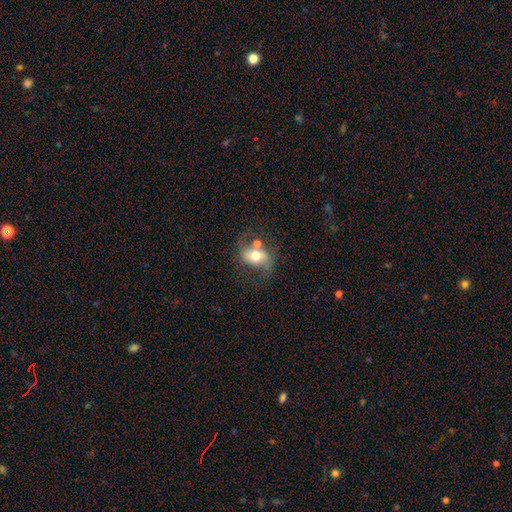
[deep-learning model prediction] This is possibly a featured or disk galaxy (48%). Merging: possibly none (47%).